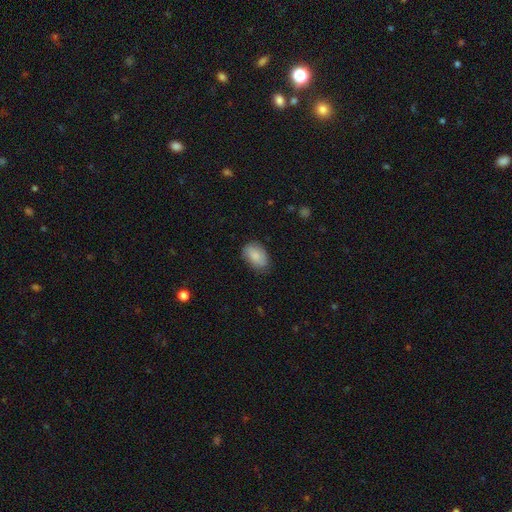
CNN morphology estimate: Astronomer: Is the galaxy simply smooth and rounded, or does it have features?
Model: smooth — 86%.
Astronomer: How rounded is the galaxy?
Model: in between — 90%.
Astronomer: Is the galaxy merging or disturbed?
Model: none — 76%.